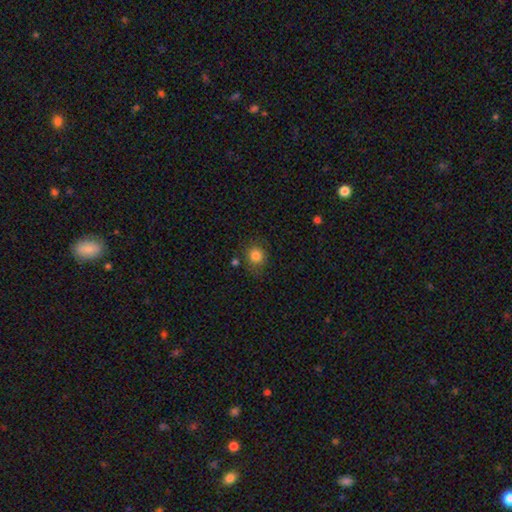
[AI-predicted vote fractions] Q: Smooth or featured?
A: smooth (83%); runner-up: star or artifact (11%)
Q: How rounded?
A: round (82%); runner-up: in between (17%)
Q: Merging?
A: none (77%); runner-up: minor disturbance (14%)